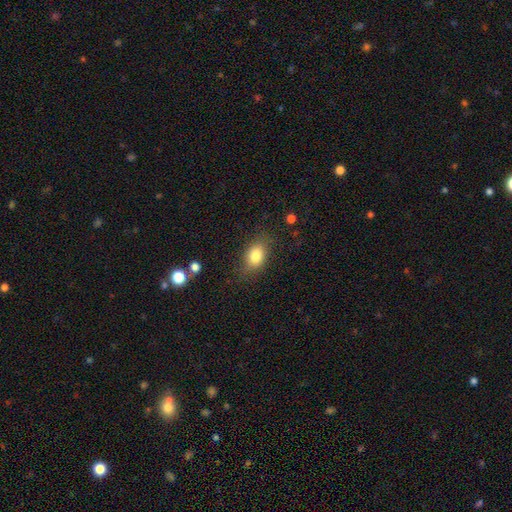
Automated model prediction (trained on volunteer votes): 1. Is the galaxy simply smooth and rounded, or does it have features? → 81% smooth, 10% featured or disk, 9% star or artifact.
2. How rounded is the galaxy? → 76% in between, 22% round, 2% cigar-shaped.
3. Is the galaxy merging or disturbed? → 76% none, 17% minor disturbance, 5% major disturbance, 2% merger.